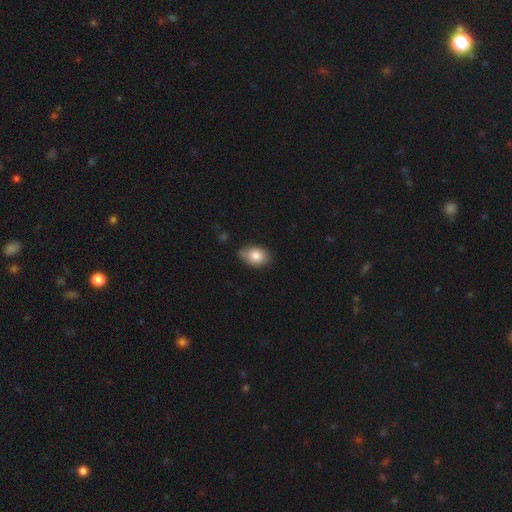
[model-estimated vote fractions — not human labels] Smooth or featured: smooth — 83% (featured or disk — 9%)
How rounded: in between — 77% (round — 22%)
Merging: none — 67% (minor disturbance — 27%)